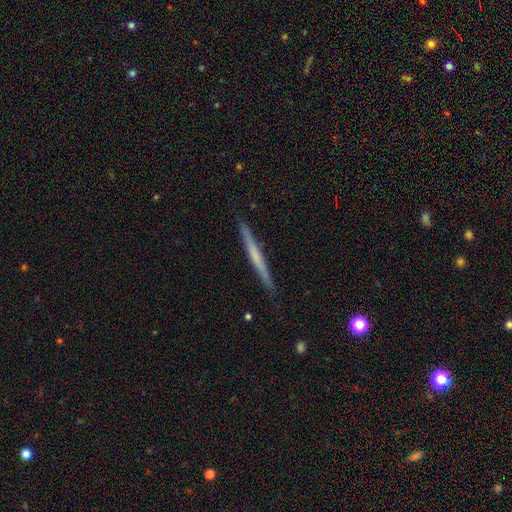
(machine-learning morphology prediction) A featured or disk galaxy (50%) viewed edge-on (97%).

Vote fractions:
- Smooth or featured? featured or disk: 50% / smooth: 44% / star or artifact: 5%
- Edge-on disk? yes: 97% / no: 3%
- Merging? none: 90% / minor disturbance: 7% / major disturbance: 1% / merger: 1%